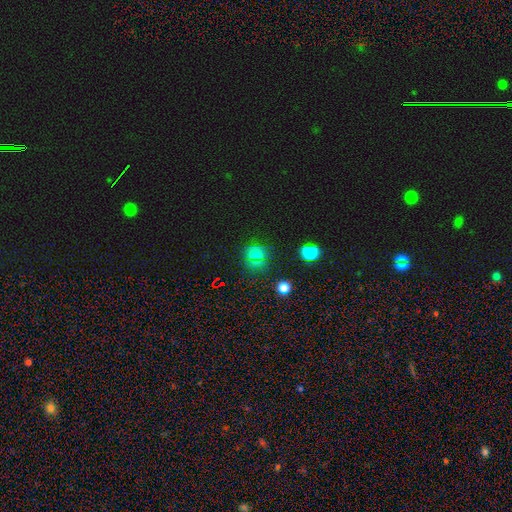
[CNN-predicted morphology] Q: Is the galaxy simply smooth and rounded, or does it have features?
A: smooth — 56%.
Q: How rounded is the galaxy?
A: round — 88%.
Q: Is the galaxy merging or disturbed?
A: none — 83%.